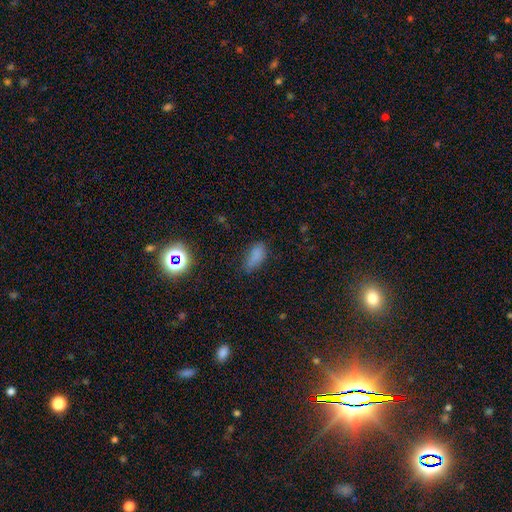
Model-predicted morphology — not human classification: This is likely a smooth galaxy (76%). How rounded: clearly in between (87%). Merging: likely none (63%).